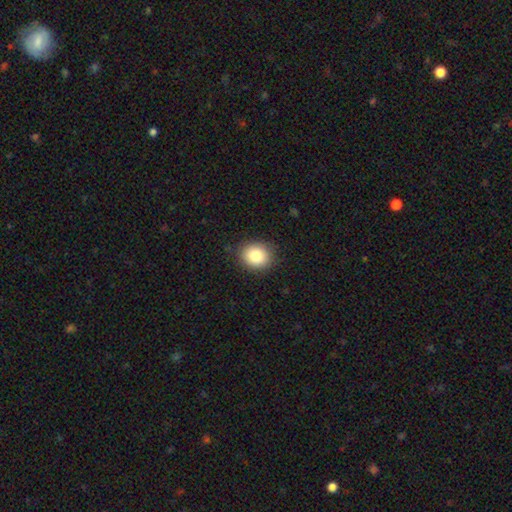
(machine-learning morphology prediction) Smooth or featured: smooth — 85% (star or artifact — 9%)
How rounded: round — 72% (in between — 27%)
Merging: none — 87% (minor disturbance — 9%)